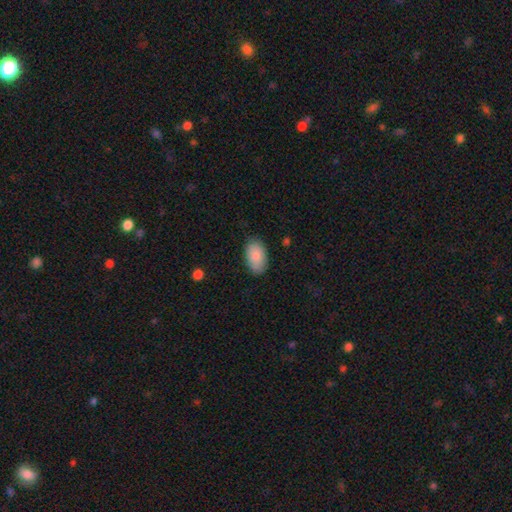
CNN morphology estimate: smooth-or-featured: smooth: 88% | star or artifact: 6% | featured or disk: 6%
  how-rounded: in between: 94% | round: 4% | cigar-shaped: 1%
  merging: none: 81% | minor disturbance: 15% | major disturbance: 3% | merger: 1%